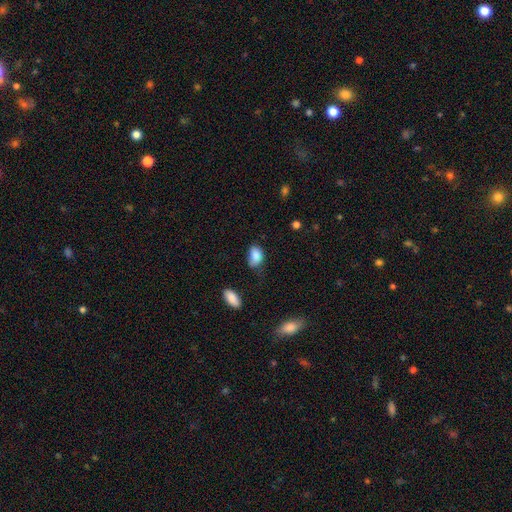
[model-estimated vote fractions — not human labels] Smooth or featured: smooth — 85% (star or artifact — 8%)
How rounded: in between — 86% (round — 12%)
Merging: none — 47% (minor disturbance — 38%)